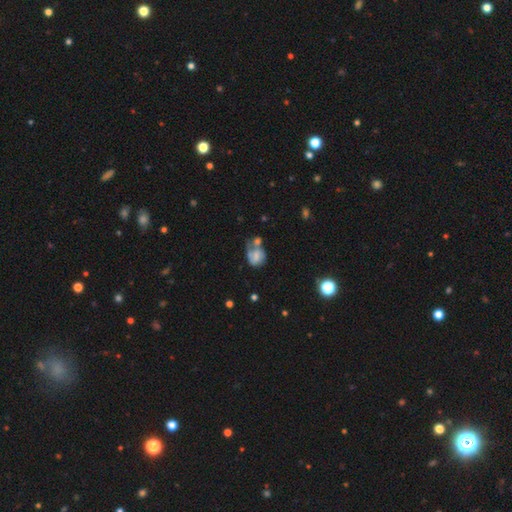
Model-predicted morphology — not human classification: Q: Smooth or featured?
A: smooth (47%); runner-up: featured or disk (42%)
Q: Merging?
A: merger (39%); runner-up: none (22%)